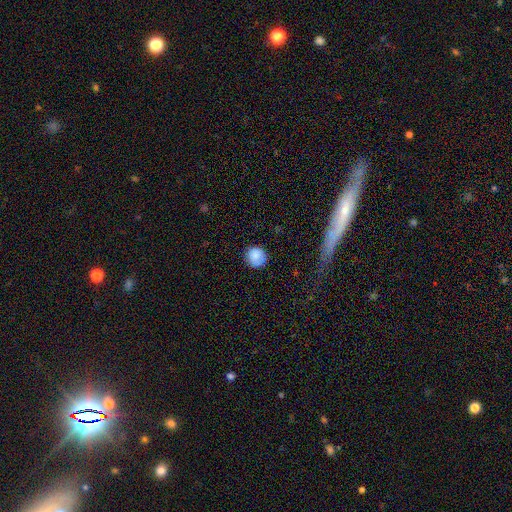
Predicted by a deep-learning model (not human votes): Smooth or featured? Predicted: smooth (p=0.84). How rounded? Predicted: round (p=0.89). Merging? Predicted: none (p=0.77).